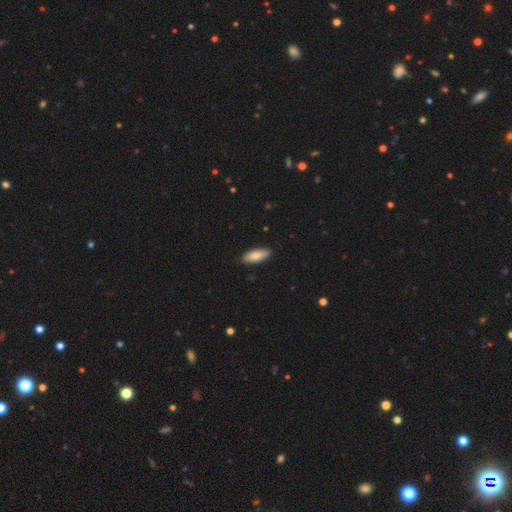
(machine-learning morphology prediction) Smooth or featured: smooth — 85% (featured or disk — 10%)
How rounded: in between — 74% (cigar-shaped — 24%)
Merging: none — 89% (minor disturbance — 8%)